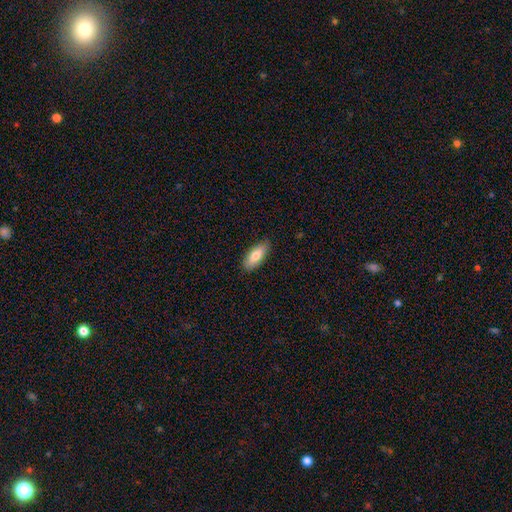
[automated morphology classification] smooth 76%, featured or disk 18%, star or artifact 6%. Down the decision tree: how rounded — in between (77%); merging — none (86%).